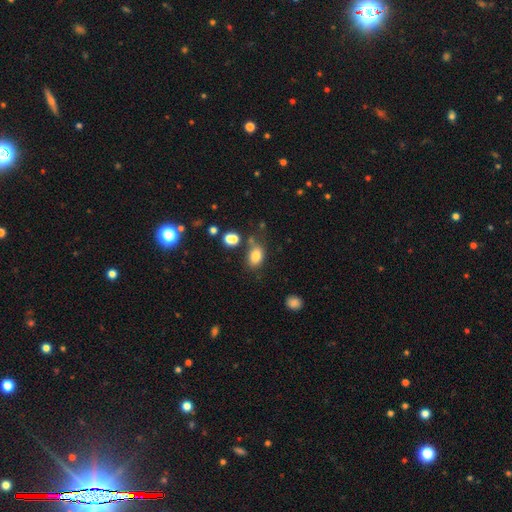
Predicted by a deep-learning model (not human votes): Smooth or featured?
  - smooth: 81% *
  - star or artifact: 11%
  - featured or disk: 8%
How rounded?
  - in between: 79% *
  - round: 19%
  - cigar-shaped: 2%
Merging?
  - none: 66% *
  - minor disturbance: 17%
  - merger: 11%
  - major disturbance: 6%